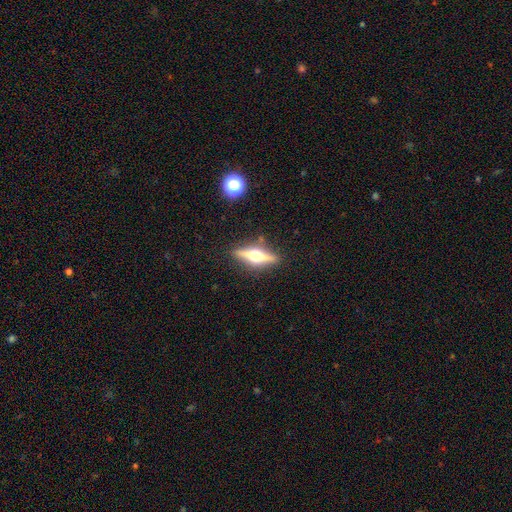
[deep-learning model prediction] Morphology: type=featured or disk (72%); edge-on=yes (96%); edge-on bulge=rounded (96%); merging=none (88%).